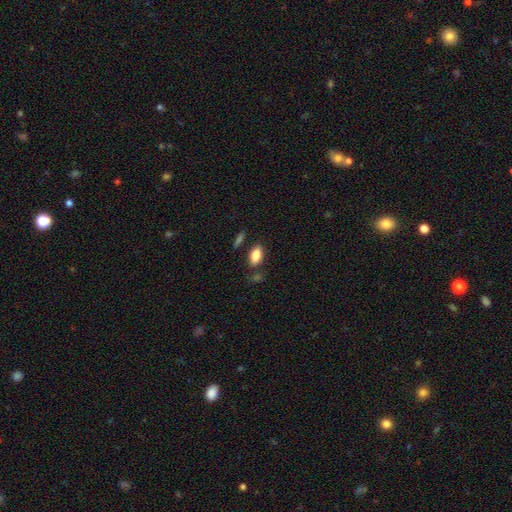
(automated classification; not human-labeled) smooth_or_featured: smooth (p=0.84) [alt: featured or disk p=0.08]
how_rounded: in between (p=0.89) [alt: cigar-shaped p=0.06]
merging: none (p=0.77) [alt: minor disturbance p=0.13]